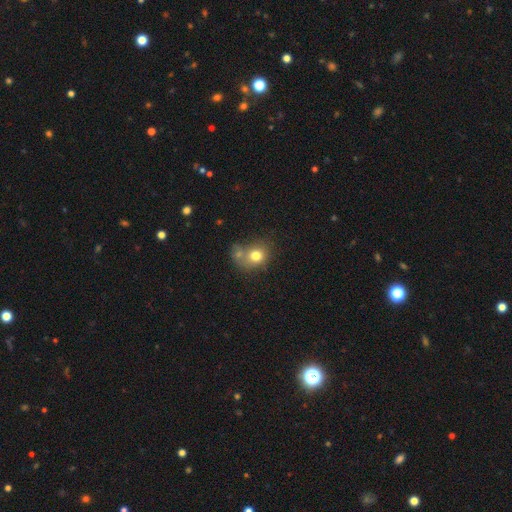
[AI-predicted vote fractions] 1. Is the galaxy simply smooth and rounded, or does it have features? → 76% smooth, 13% featured or disk, 11% star or artifact.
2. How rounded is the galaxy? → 68% round, 32% in between, 1% cigar-shaped.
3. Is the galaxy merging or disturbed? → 40% none, 37% merger, 15% minor disturbance, 8% major disturbance.